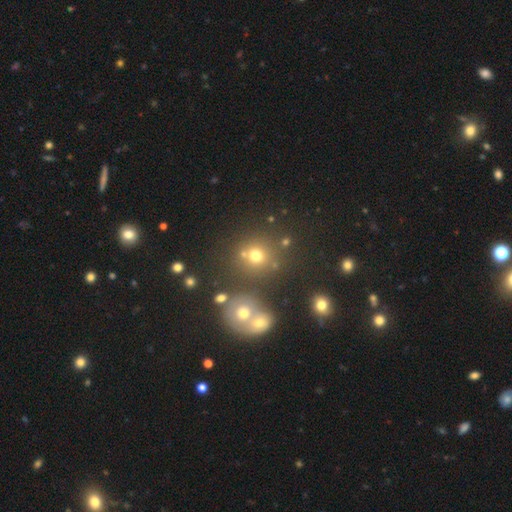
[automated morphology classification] Smooth or featured?
  - smooth: 69% *
  - star or artifact: 21%
  - featured or disk: 10%
How rounded?
  - round: 86% *
  - in between: 13%
  - cigar-shaped: 1%
Merging?
  - none: 67% *
  - merger: 19%
  - minor disturbance: 10%
  - major disturbance: 5%